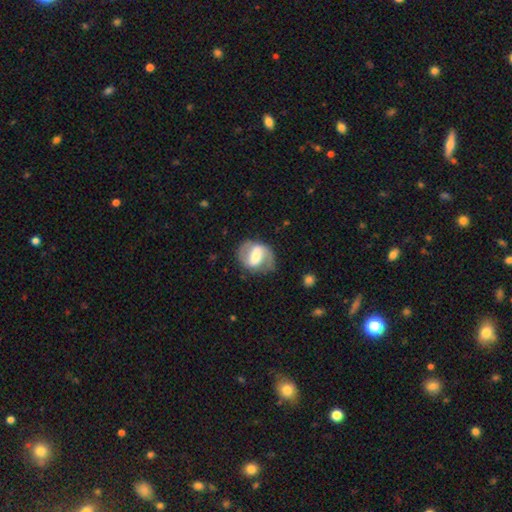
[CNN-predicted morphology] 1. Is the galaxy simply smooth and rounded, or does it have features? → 67% featured or disk, 27% smooth, 6% star or artifact.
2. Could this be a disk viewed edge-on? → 95% no, 5% yes.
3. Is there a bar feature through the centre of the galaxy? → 58% strong, 30% weak, 12% no.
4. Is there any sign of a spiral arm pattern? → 75% yes, 25% no.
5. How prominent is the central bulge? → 42% moderate, 24% large, 23% small, 7% none, 4% dominant.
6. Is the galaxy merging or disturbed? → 69% none, 19% minor disturbance, 11% major disturbance, 2% merger.